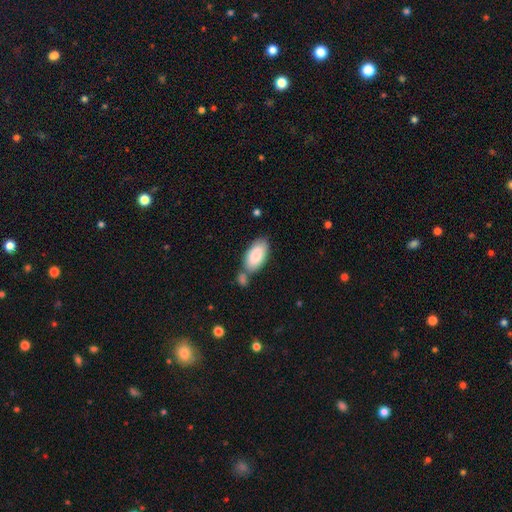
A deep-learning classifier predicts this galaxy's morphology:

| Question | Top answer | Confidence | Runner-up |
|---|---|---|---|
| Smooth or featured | smooth | 85% | featured or disk (9%) |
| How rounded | in between | 94% | cigar-shaped (4%) |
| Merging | none | 58% | merger (21%) |